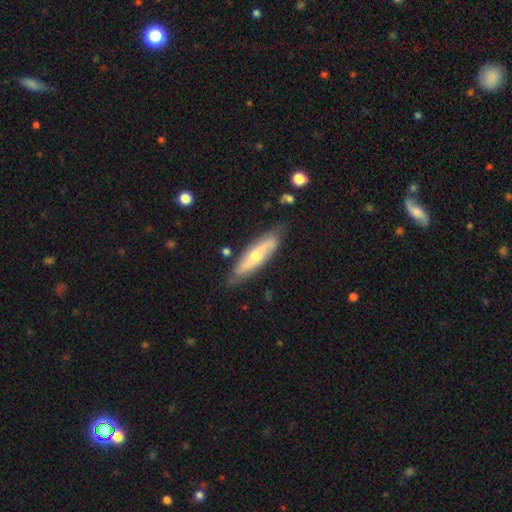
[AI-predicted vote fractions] Smooth or featured?
  - featured or disk: 57% *
  - smooth: 36%
  - star or artifact: 7%
Edge-on disk?
  - yes: 65% *
  - no: 35%
Merging?
  - none: 82% *
  - minor disturbance: 14%
  - major disturbance: 3%
  - merger: 2%